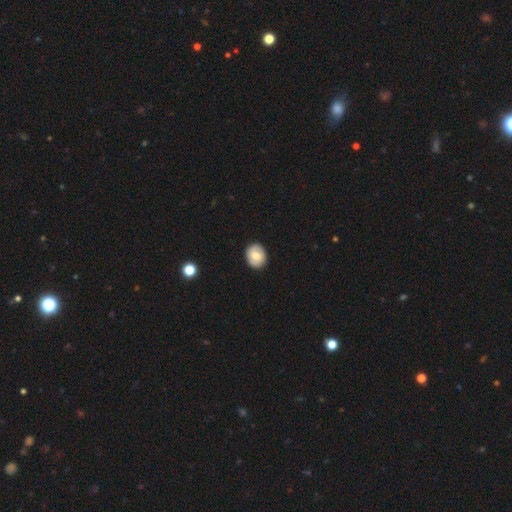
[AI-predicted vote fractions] Smooth or featured: smooth — 63% (featured or disk — 29%)
How rounded: round — 67% (in between — 32%)
Merging: none — 88% (minor disturbance — 9%)